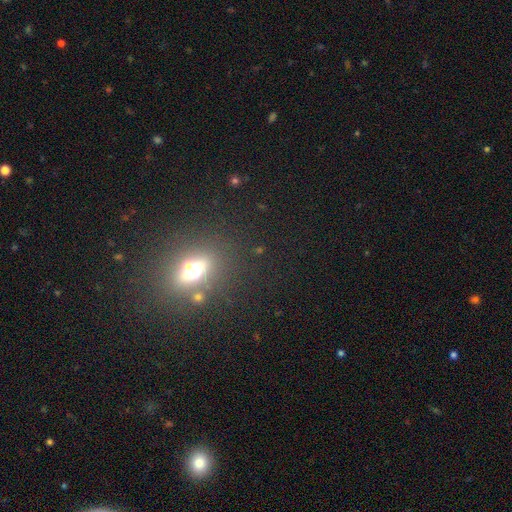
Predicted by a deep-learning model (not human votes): A smooth galaxy with no disk features (49%). Merging: none (83%).